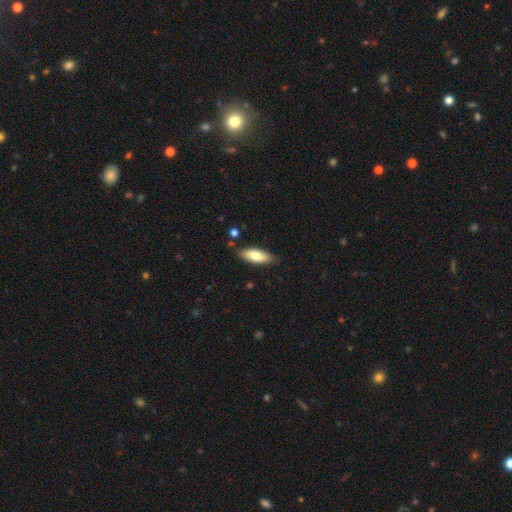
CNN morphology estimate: The model was most divided on "how rounded": in between: 70%, cigar-shaped: 28%, round: 2%. More confident: merging — none (84%); smooth or featured — smooth (76%).